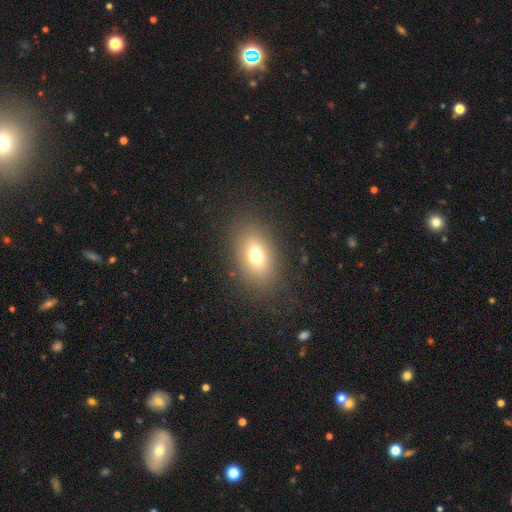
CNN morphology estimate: smooth_or_featured: smooth (p=0.71) [alt: featured or disk p=0.16]
how_rounded: in between (p=0.80) [alt: round p=0.18]
merging: none (p=0.83) [alt: minor disturbance p=0.10]